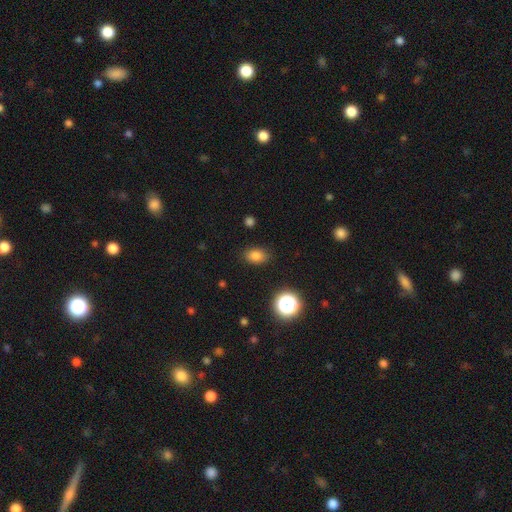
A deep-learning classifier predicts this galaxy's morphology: A smooth galaxy with no disk features (81%) that is in between round and cigar-shaped (77%). Merging: none (86%).